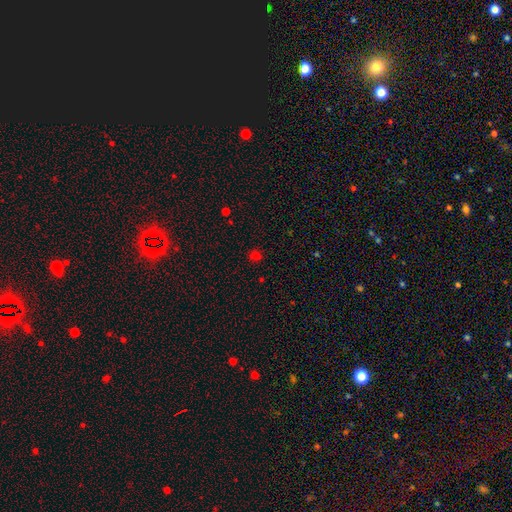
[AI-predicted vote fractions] A smooth galaxy with no disk features (71%) that is round (88%). Merging: none (89%).